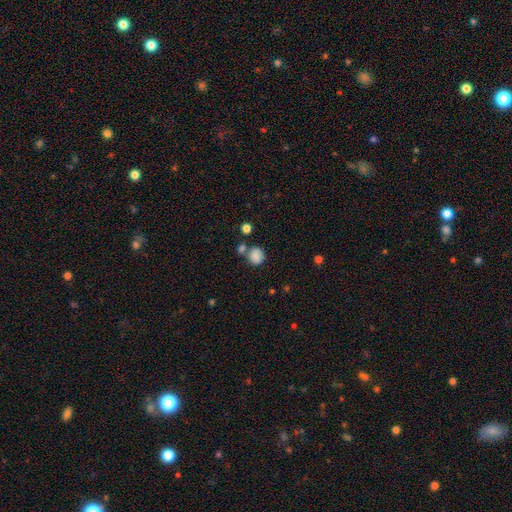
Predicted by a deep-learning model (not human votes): A smooth galaxy with no disk features (84%) that is round (78%). Merging: none (59%).